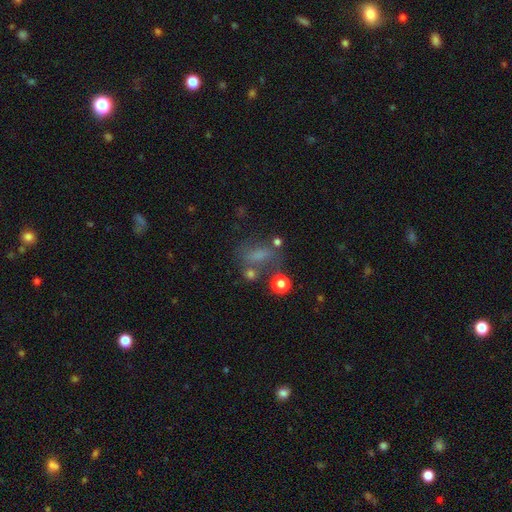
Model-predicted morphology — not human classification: A smooth galaxy with no disk features (36%).

Vote fractions:
- Smooth or featured? smooth: 36% / star or artifact: 35% / featured or disk: 29%
- Merging? none: 53% / minor disturbance: 17% / major disturbance: 16% / merger: 14%